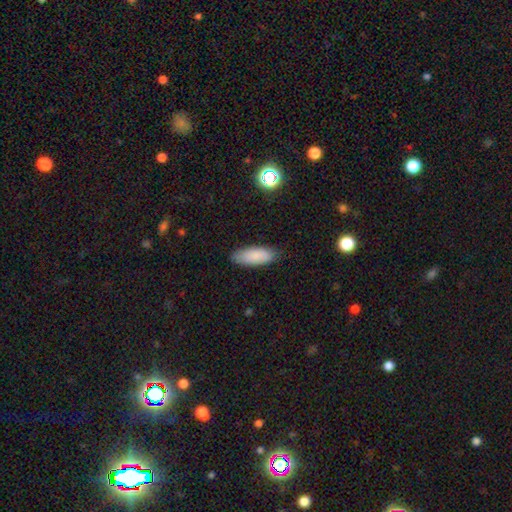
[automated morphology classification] A smooth galaxy with no disk features (86%) that is in between round and cigar-shaped (75%). Merging: none (83%).